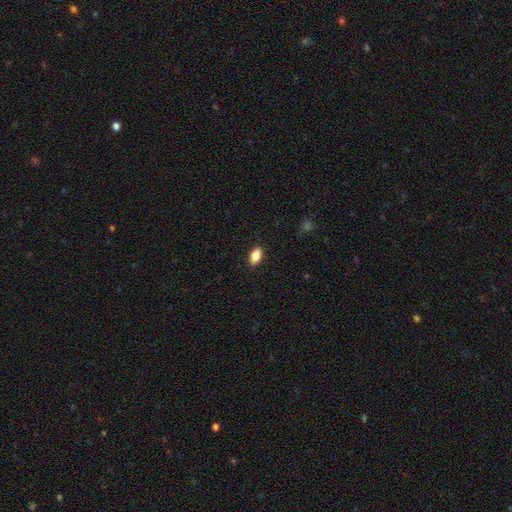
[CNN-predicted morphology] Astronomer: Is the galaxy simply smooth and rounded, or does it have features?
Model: smooth — 85%.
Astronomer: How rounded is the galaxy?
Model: in between — 90%.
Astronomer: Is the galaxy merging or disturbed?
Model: none — 88%.